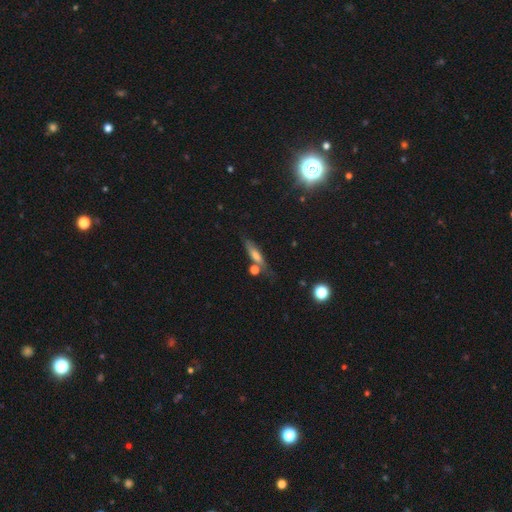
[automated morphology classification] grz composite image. It shows a smooth galaxy with no disk features (54%) that is cigar-shaped (71%). Merging: none (63%).